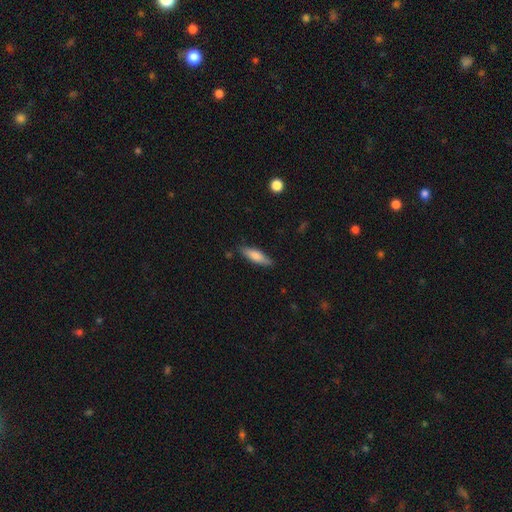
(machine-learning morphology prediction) Overall: smooth (74%). How rounded: cigar-shaped (57%; in between 41%). Merging: none (82%).